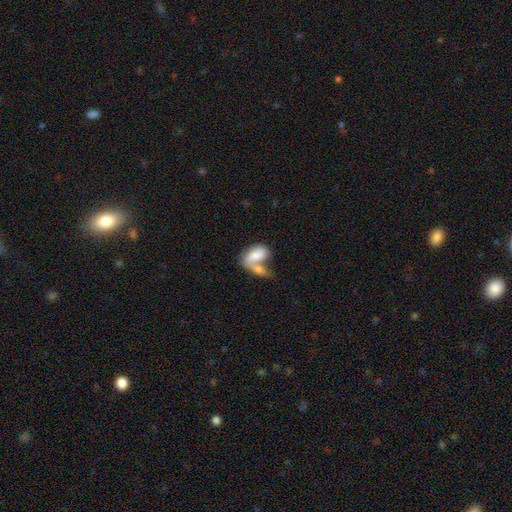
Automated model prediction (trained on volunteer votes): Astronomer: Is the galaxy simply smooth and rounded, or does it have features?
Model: smooth — 65%.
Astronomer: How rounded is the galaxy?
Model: in between — 89%.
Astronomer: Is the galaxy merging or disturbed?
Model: merger — 68%.